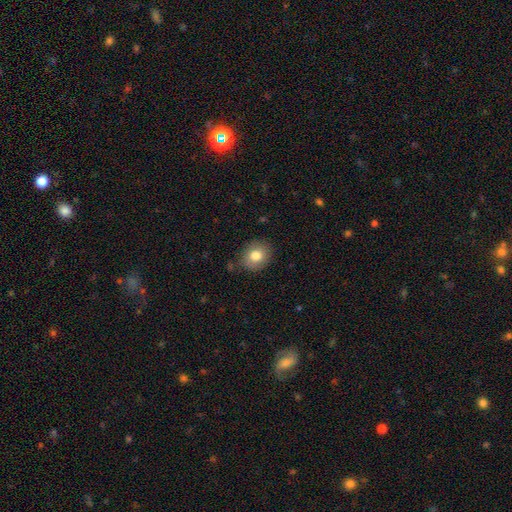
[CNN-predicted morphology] Overall: smooth (80%). How rounded: round (62%; in between 37%). Merging: none (84%).